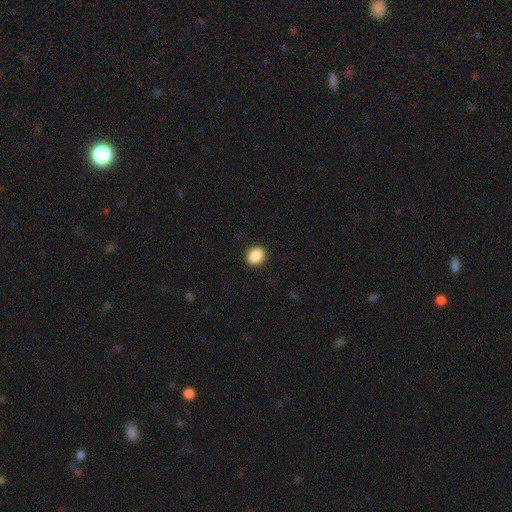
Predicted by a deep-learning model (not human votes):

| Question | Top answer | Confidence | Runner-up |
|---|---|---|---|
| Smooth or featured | smooth | 89% | star or artifact (8%) |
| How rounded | round | 52% | in between (47%) |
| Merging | none | 91% | minor disturbance (6%) |